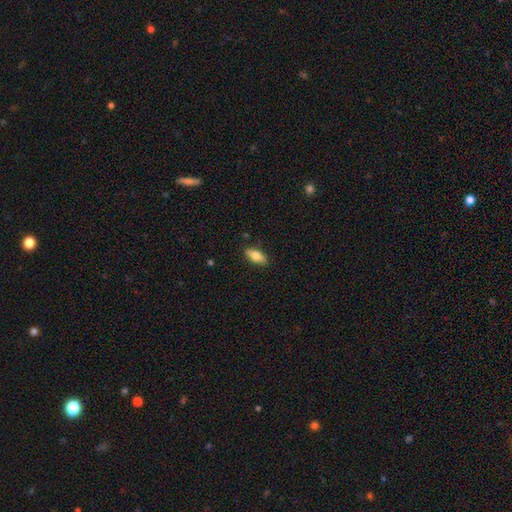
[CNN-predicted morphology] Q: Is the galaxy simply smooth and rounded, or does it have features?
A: smooth — 74%.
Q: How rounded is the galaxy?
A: in between — 78%.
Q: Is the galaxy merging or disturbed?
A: none — 88%.